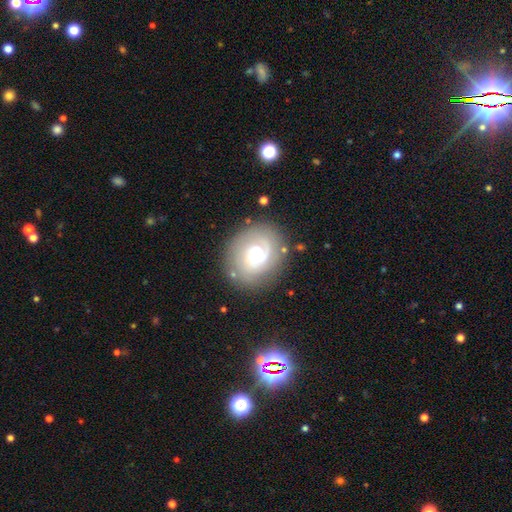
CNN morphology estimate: Overall: featured or disk (74%). Edge-on disk: no (97%). Bar: no (69%). Spiral arms: yes (92%). Spiral arm count: 2 (39%; can't tell 23%). Spiral winding: tight (59%; medium 30%). Bulge size: small (56%; moderate 37%). Merging: none (79%).